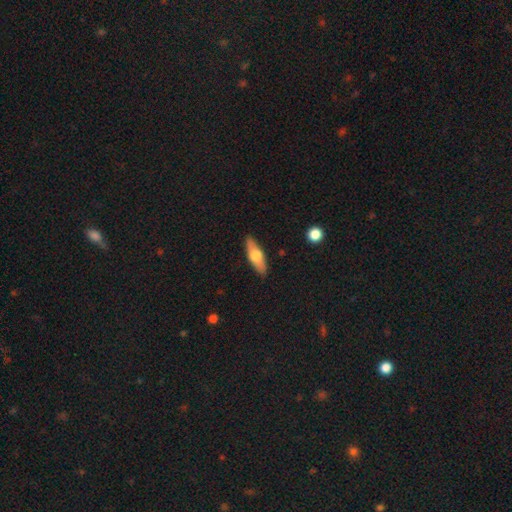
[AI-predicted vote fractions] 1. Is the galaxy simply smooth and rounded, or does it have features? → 52% smooth, 42% featured or disk, 6% star or artifact.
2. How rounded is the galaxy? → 52% in between, 45% cigar-shaped, 3% round.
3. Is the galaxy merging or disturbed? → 88% none, 9% minor disturbance, 2% major disturbance, 1% merger.